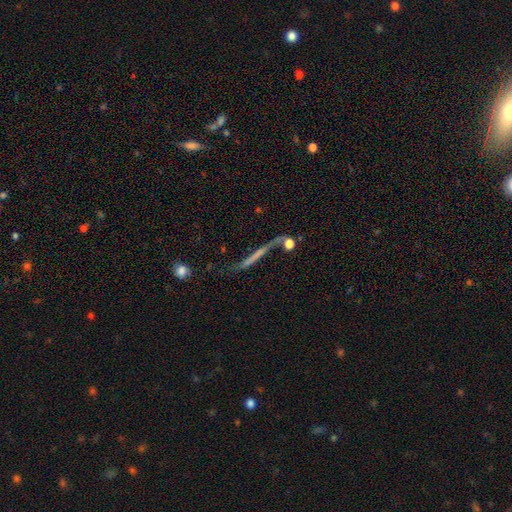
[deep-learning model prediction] Morphology: type=featured or disk (61%); edge-on=yes (71%); merging=none (46%).